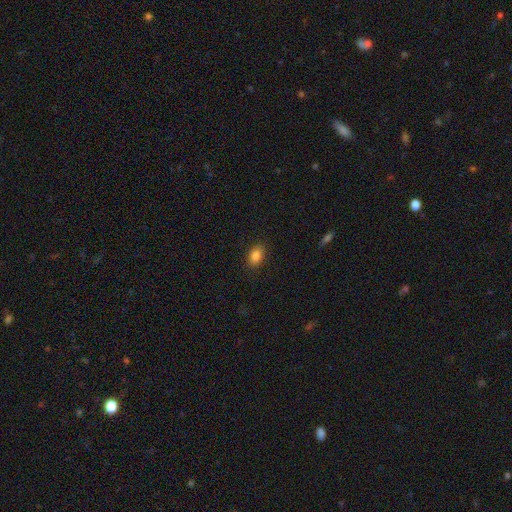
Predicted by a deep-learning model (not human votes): This is clearly a smooth galaxy (85%). How rounded: clearly in between (82%). Merging: clearly none (88%).